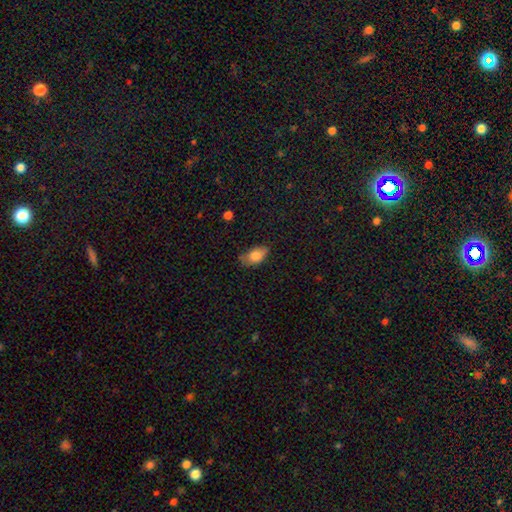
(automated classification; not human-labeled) This appears to be a smooth galaxy with no disk features (78%) that is in between round and cigar-shaped (88%). Merging: none (52%).